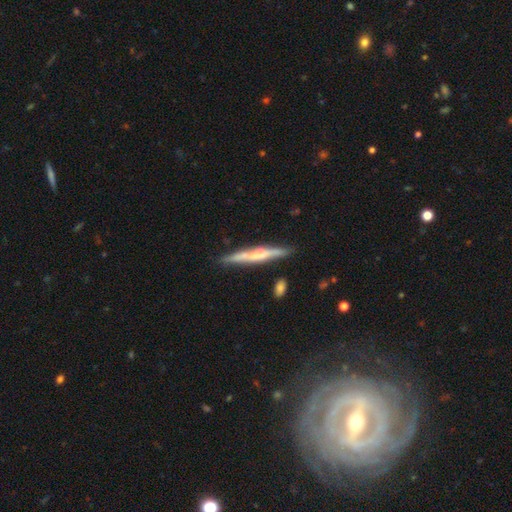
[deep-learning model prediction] smooth_or_featured: featured or disk (p=0.59) [alt: smooth p=0.35]
disk_edge_on: yes (p=0.94) [alt: no p=0.06]
edge_on_bulge: rounded (p=0.51) [alt: none p=0.37]
merging: none (p=0.79) [alt: minor disturbance p=0.12]